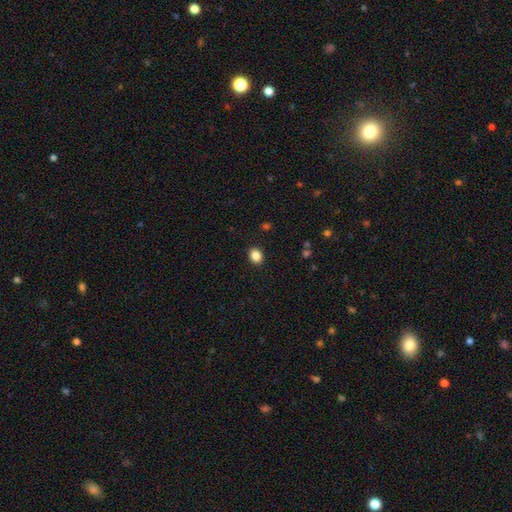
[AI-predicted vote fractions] Q: Smooth or featured?
A: smooth (87%); runner-up: star or artifact (10%)
Q: How rounded?
A: in between (53%); runner-up: round (46%)
Q: Merging?
A: none (91%); runner-up: minor disturbance (6%)